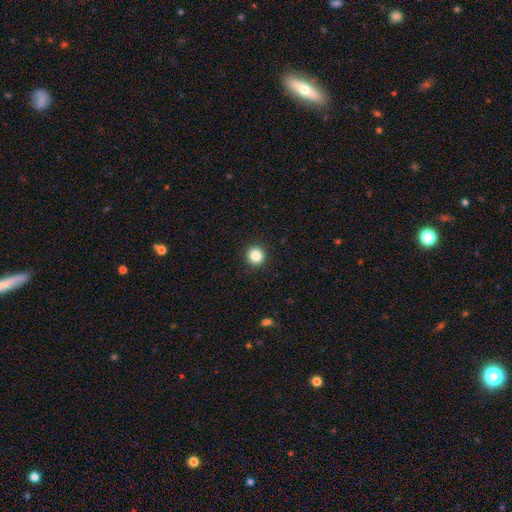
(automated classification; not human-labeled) Smooth or featured? smooth (85%)
How rounded? round (92%)
Merging? none (92%)